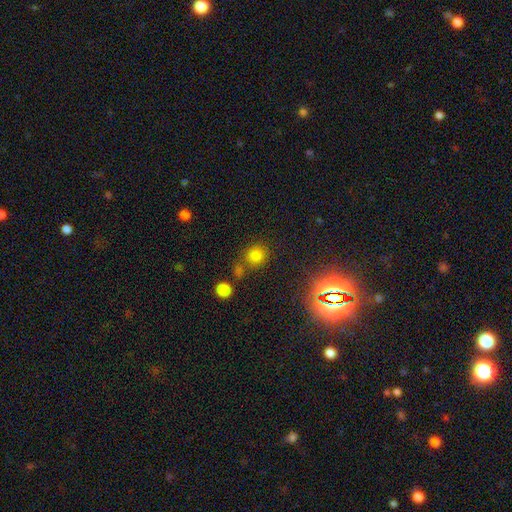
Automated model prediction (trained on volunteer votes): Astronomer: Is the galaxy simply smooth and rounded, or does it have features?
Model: smooth — 74%.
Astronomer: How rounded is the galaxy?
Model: round — 84%.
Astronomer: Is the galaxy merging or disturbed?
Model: none — 67%.